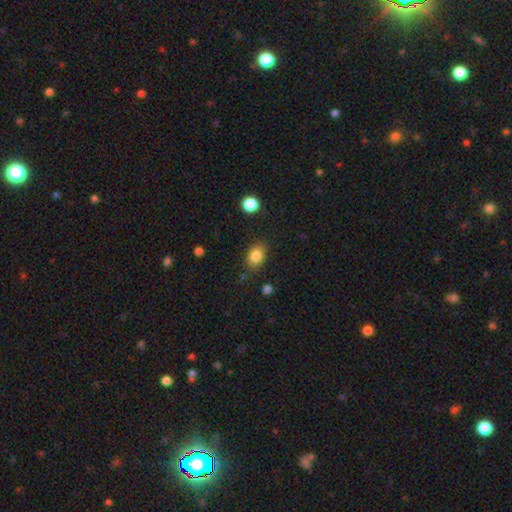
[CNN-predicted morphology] smooth-or-featured: smooth: 84% | star or artifact: 10% | featured or disk: 6%
  how-rounded: in between: 65% | round: 33% | cigar-shaped: 1%
  merging: none: 81% | minor disturbance: 13% | major disturbance: 4% | merger: 2%